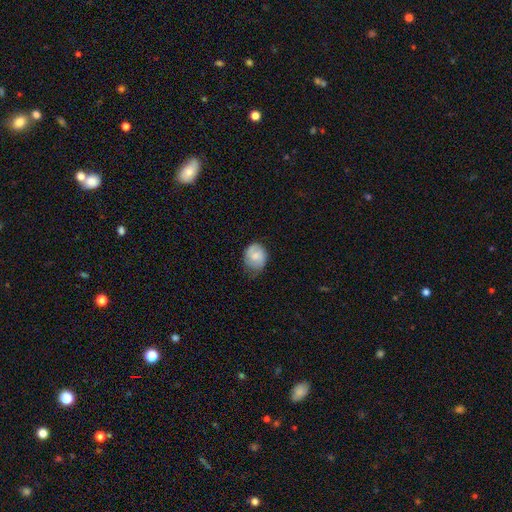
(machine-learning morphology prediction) Overall: smooth (70%). How rounded: round (57%; in between 42%). Merging: none (50%; minor disturbance 38%).